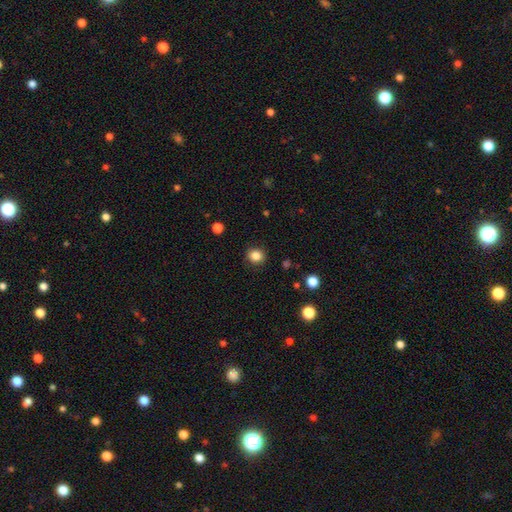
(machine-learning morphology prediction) smooth_or_featured: smooth (p=0.85) [alt: star or artifact p=0.11]
how_rounded: round (p=0.82) [alt: in between p=0.17]
merging: none (p=0.90) [alt: minor disturbance p=0.07]